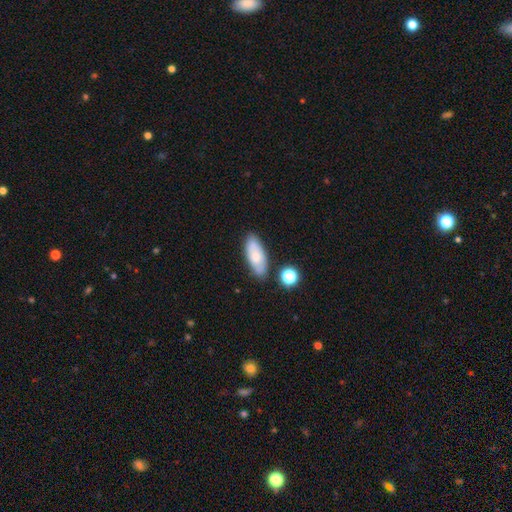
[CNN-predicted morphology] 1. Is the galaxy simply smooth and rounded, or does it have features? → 65% smooth, 27% featured or disk, 8% star or artifact.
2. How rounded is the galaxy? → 80% in between, 16% cigar-shaped, 4% round.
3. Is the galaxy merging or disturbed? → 77% none, 14% minor disturbance, 6% merger, 3% major disturbance.